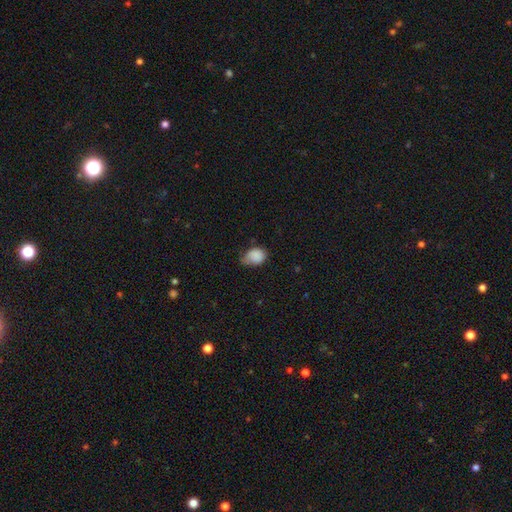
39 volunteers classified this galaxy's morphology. Smooth or featured? 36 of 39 (92%) said smooth. How rounded? 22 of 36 (61%) said round. Merging? 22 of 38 (58%) said none.